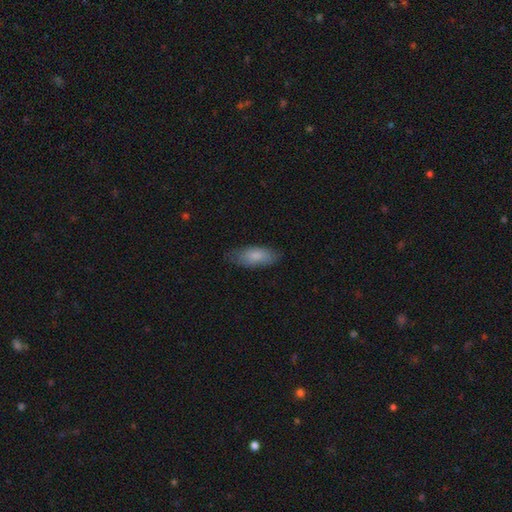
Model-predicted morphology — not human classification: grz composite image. It shows a smooth galaxy with no disk features (82%) that is in between round and cigar-shaped (80%). Merging: none (75%).